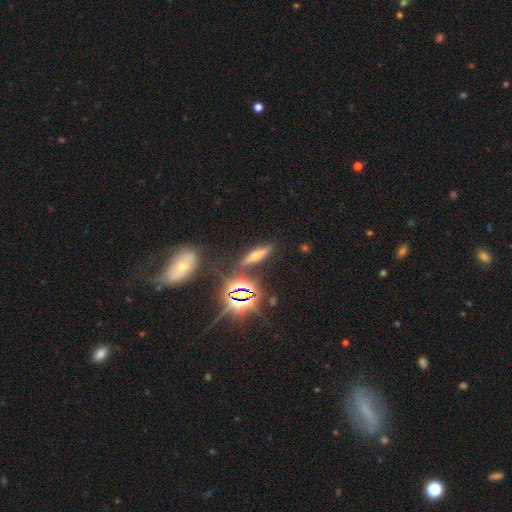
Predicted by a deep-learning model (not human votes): The model was most divided on "smooth or featured": featured or disk: 38%, star or artifact: 32%, smooth: 30%. More confident: merging — none (82%).